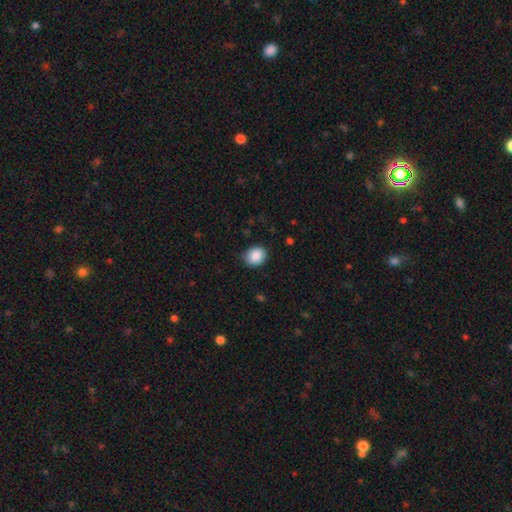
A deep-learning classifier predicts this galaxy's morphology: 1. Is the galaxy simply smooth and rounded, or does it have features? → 87% smooth, 8% star or artifact, 5% featured or disk.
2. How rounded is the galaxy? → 65% round, 34% in between, 1% cigar-shaped.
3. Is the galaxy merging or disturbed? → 83% none, 14% minor disturbance, 3% major disturbance, 1% merger.